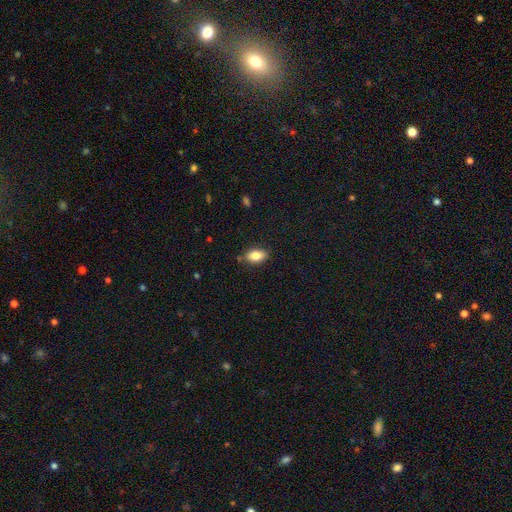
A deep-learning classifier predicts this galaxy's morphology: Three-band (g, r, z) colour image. It shows a smooth galaxy with no disk features (82%) that is in between round and cigar-shaped (89%). Merging: none (82%).